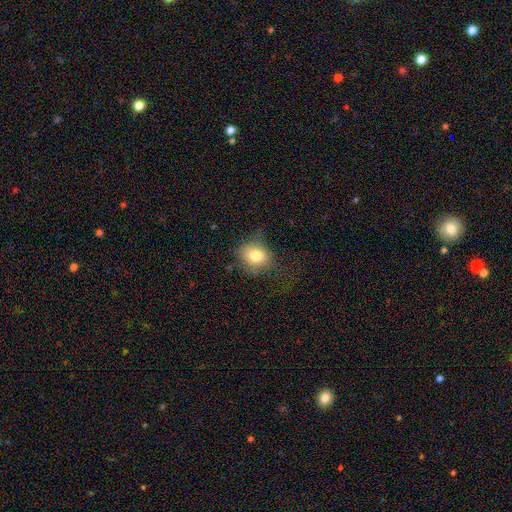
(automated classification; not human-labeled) Smooth or featured? Predicted: smooth (p=0.76). How rounded? Predicted: round (p=0.64). Merging? Predicted: none (p=0.59).